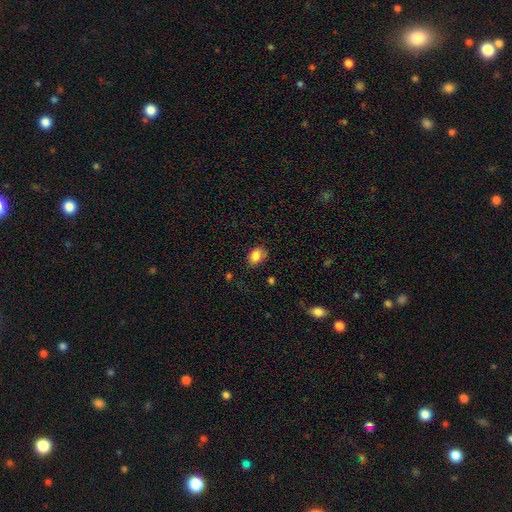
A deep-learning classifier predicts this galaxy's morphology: The model was most divided on "how rounded": in between: 70%, round: 29%, cigar-shaped: 1%. More confident: smooth or featured — smooth (86%); merging — none (72%).